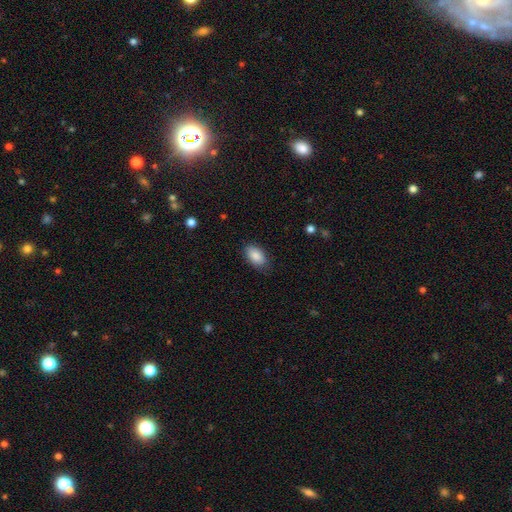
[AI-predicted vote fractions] Q: Smooth or featured?
A: smooth (88%); runner-up: star or artifact (7%)
Q: How rounded?
A: in between (93%); runner-up: round (5%)
Q: Merging?
A: none (81%); runner-up: minor disturbance (15%)